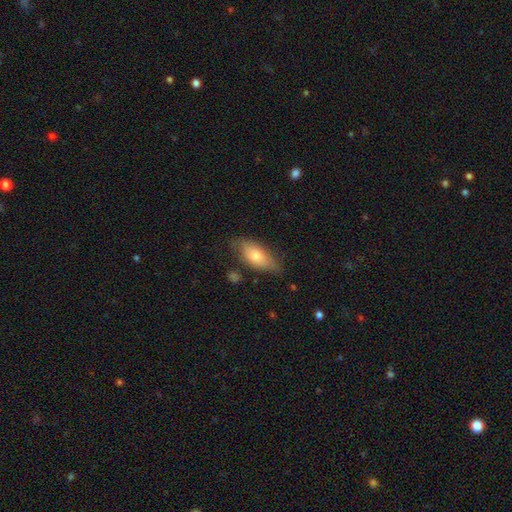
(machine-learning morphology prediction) smooth_or_featured: smooth (p=0.69) [alt: featured or disk p=0.24]
how_rounded: in between (p=0.83) [alt: cigar-shaped p=0.14]
merging: none (p=0.68) [alt: minor disturbance p=0.25]